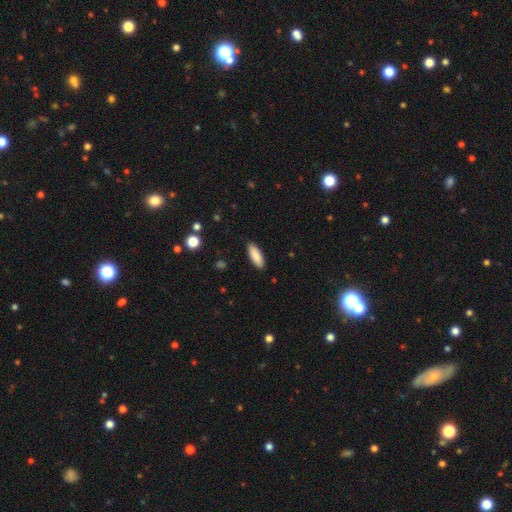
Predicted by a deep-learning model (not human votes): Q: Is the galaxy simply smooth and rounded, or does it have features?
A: smooth — 88%.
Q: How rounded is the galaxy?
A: in between — 65%.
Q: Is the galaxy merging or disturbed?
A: none — 89%.